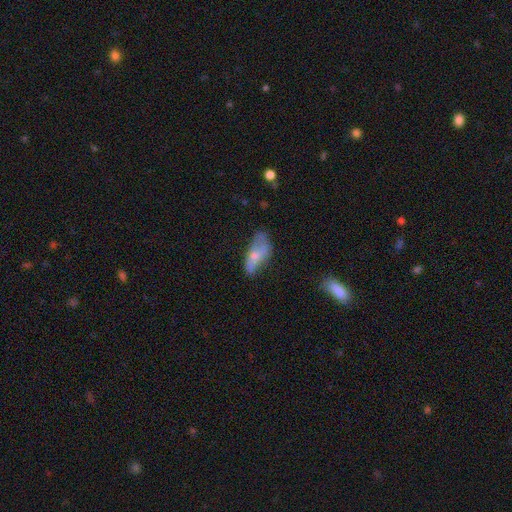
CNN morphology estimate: A smooth galaxy with no disk features (57%) that is in between round and cigar-shaped (76%).

Vote fractions:
- Smooth or featured? smooth: 57% / featured or disk: 35% / star or artifact: 8%
- How rounded? in between: 76% / cigar-shaped: 21% / round: 3%
- Merging? none: 42% / minor disturbance: 33% / major disturbance: 20% / merger: 5%